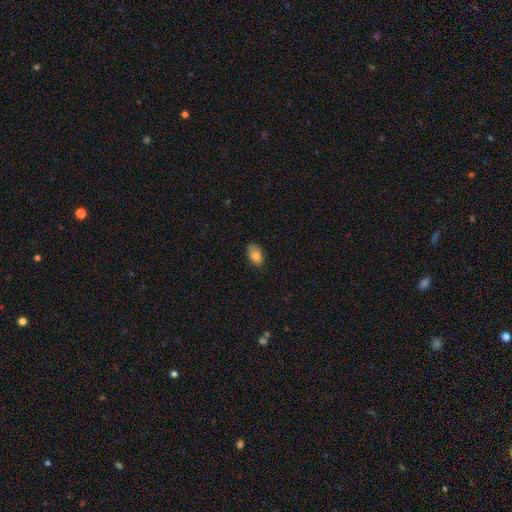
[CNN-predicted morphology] Smooth or featured? Predicted: smooth (p=0.82). How rounded? Predicted: in between (p=0.86). Merging? Predicted: none (p=0.75).